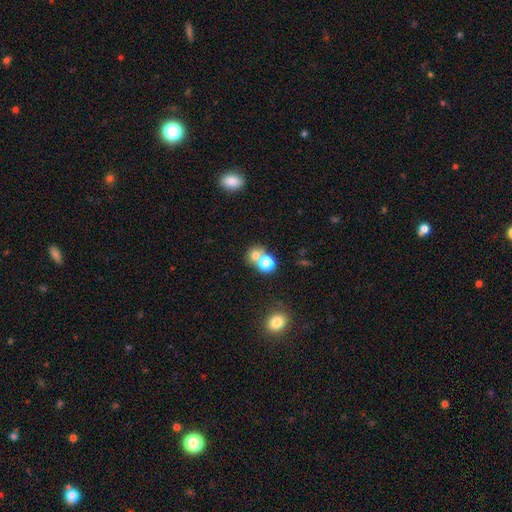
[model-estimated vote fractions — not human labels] This appears to be a smooth galaxy with no disk features (72%) that is round (78%). Merging: merger (52%).